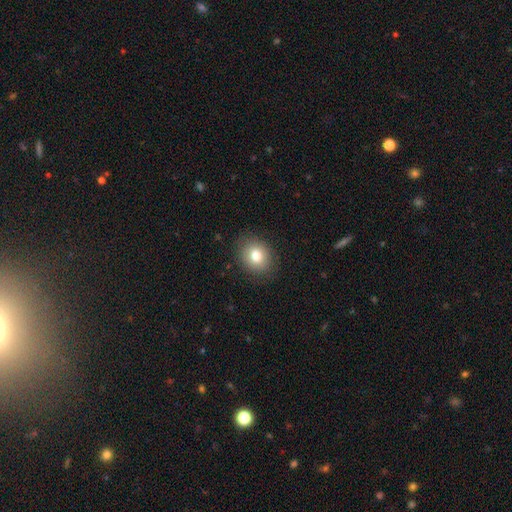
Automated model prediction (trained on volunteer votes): Smooth or featured? smooth (80%)
How rounded? round (57%)
Merging? none (87%)